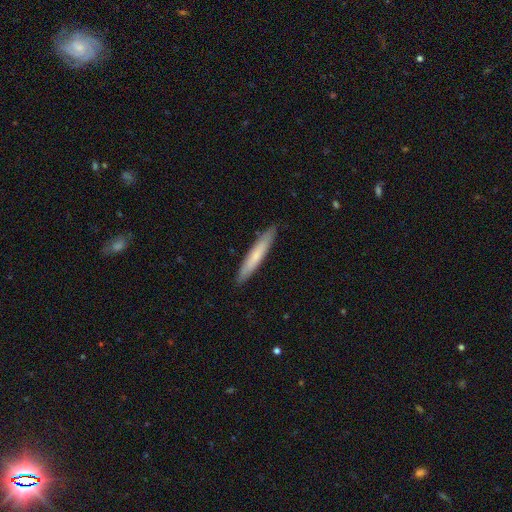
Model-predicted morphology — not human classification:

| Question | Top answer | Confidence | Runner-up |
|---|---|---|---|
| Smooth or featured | smooth | 67% | featured or disk (28%) |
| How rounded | cigar-shaped | 94% | in between (5%) |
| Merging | none | 90% | minor disturbance (7%) |